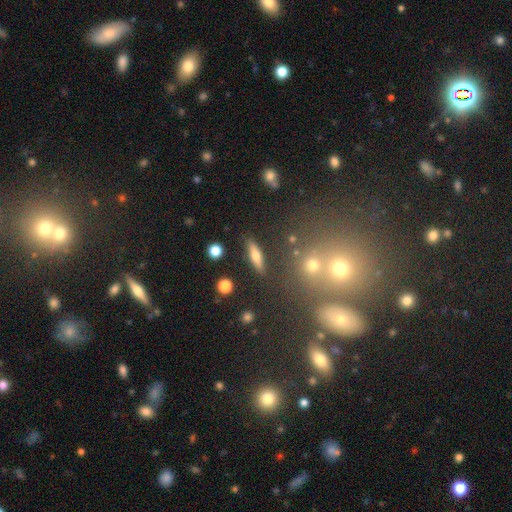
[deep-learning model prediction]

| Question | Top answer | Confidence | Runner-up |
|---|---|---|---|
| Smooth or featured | smooth | 58% | featured or disk (34%) |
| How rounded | cigar-shaped | 63% | in between (33%) |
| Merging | none | 86% | minor disturbance (9%) |